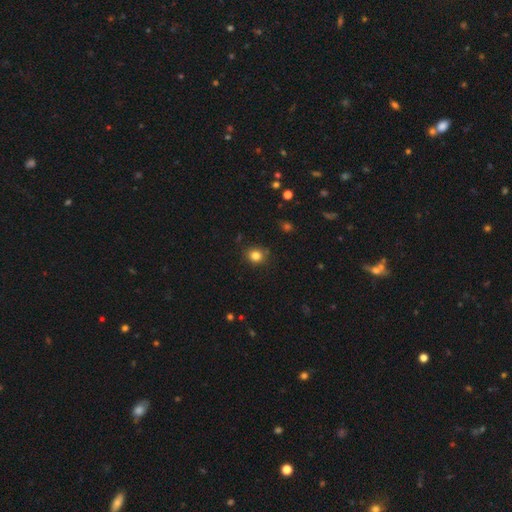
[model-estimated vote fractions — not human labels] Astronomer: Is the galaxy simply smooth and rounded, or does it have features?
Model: smooth — 82%.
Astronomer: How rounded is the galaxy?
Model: round — 78%.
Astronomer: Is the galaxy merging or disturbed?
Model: none — 83%.